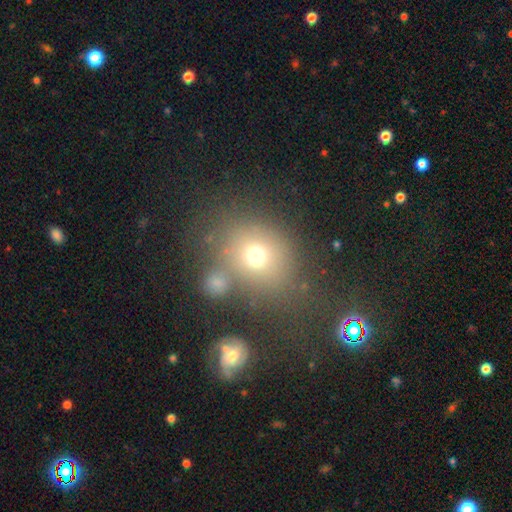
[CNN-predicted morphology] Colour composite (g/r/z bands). It shows a smooth galaxy with no disk features (69%) that is round (67%). Merging: none (62%).